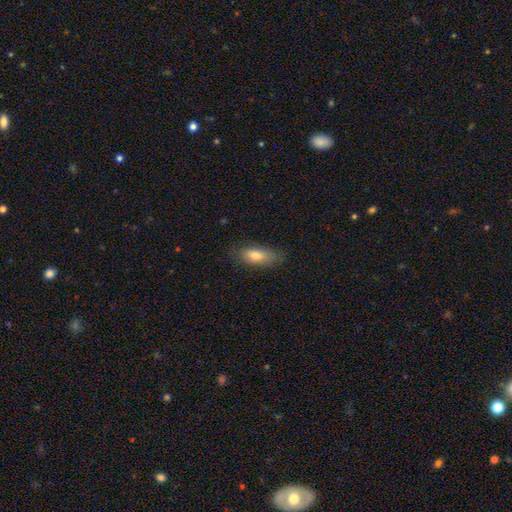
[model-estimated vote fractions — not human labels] Smooth or featured?
  - smooth: 77% *
  - featured or disk: 16%
  - star or artifact: 7%
How rounded?
  - in between: 79% *
  - cigar-shaped: 18%
  - round: 3%
Merging?
  - none: 76% *
  - minor disturbance: 18%
  - major disturbance: 5%
  - merger: 1%